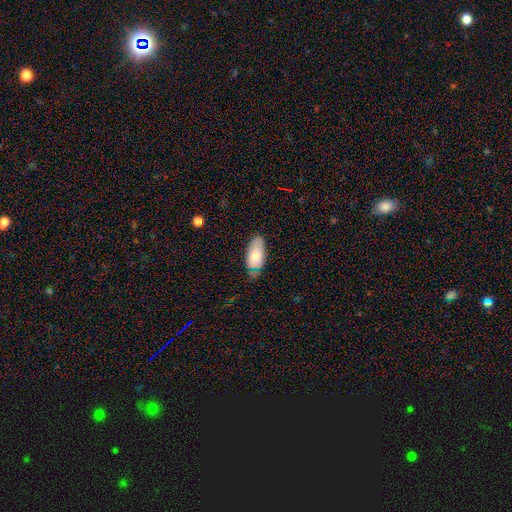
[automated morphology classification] A smooth galaxy with no disk features (77%) that is in between round and cigar-shaped (90%). Merging: none (67%).